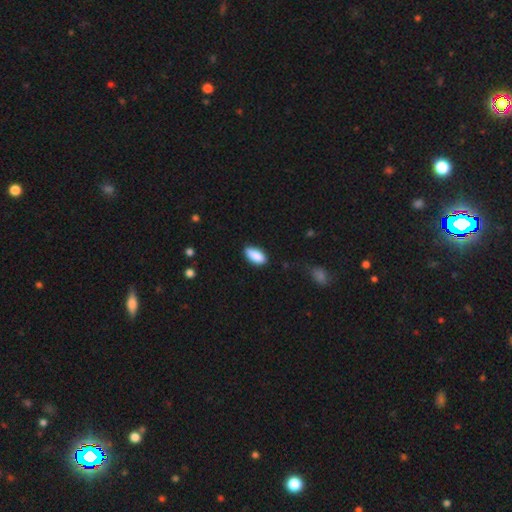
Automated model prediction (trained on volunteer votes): Smooth or featured?
  - smooth: 88% *
  - star or artifact: 7%
  - featured or disk: 5%
How rounded?
  - in between: 90% *
  - cigar-shaped: 8%
  - round: 2%
Merging?
  - none: 77% *
  - minor disturbance: 18%
  - major disturbance: 3%
  - merger: 2%